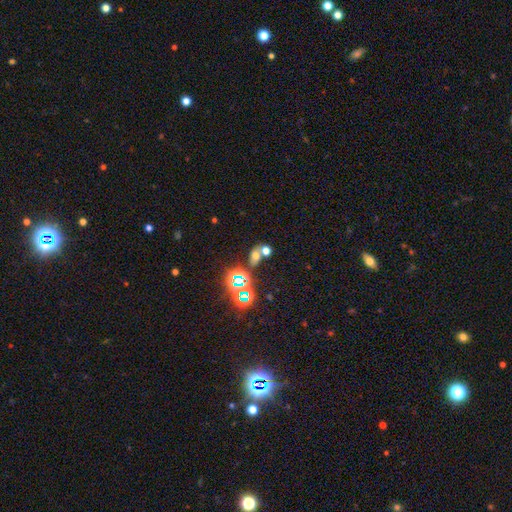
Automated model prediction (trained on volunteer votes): smooth-or-featured: smooth: 49% | star or artifact: 33% | featured or disk: 18%
  merging: merger: 46% | none: 39% | minor disturbance: 9% | major disturbance: 6%